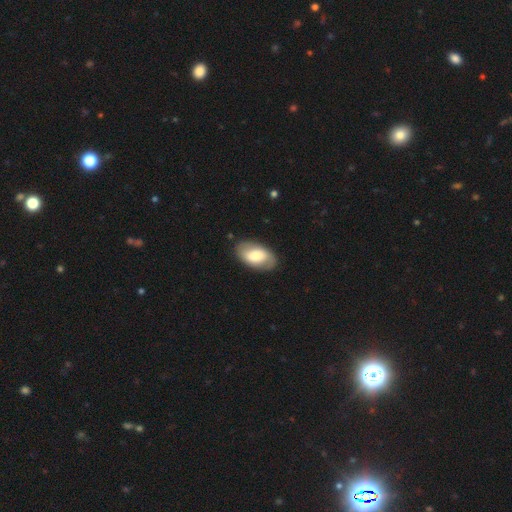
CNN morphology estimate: A smooth galaxy with no disk features (67%) that is in between round and cigar-shaped (95%).

Vote fractions:
- Smooth or featured? smooth: 67% / featured or disk: 28% / star or artifact: 6%
- How rounded? in between: 95% / round: 3% / cigar-shaped: 2%
- Merging? none: 83% / minor disturbance: 12% / major disturbance: 4% / merger: 1%